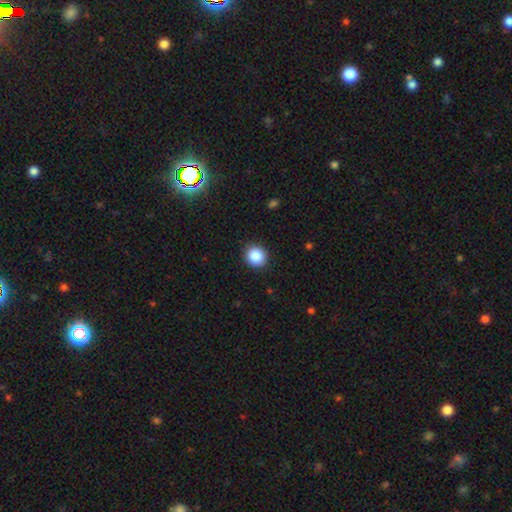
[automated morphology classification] Q: Smooth or featured?
A: smooth (87%); runner-up: star or artifact (9%)
Q: How rounded?
A: round (89%); runner-up: in between (10%)
Q: Merging?
A: none (91%); runner-up: minor disturbance (6%)